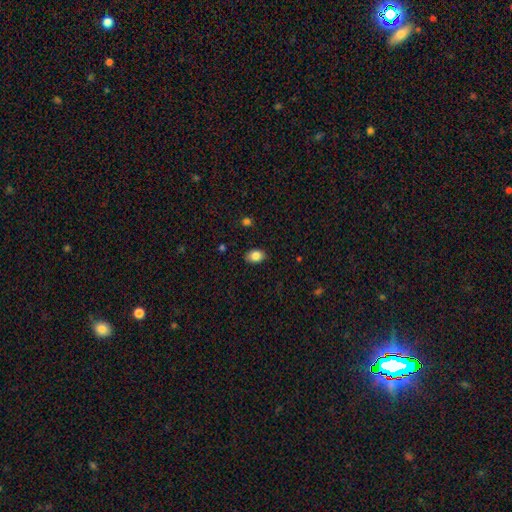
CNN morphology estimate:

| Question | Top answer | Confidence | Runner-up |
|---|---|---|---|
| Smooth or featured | smooth | 85% | star or artifact (9%) |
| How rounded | in between | 80% | round (19%) |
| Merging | none | 87% | minor disturbance (10%) |